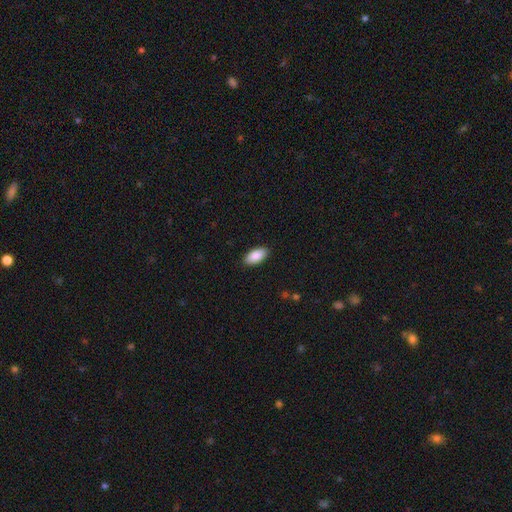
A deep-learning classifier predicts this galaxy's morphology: Smooth or featured? Predicted: smooth (p=0.89). How rounded? Predicted: in between (p=0.93). Merging? Predicted: none (p=0.90).